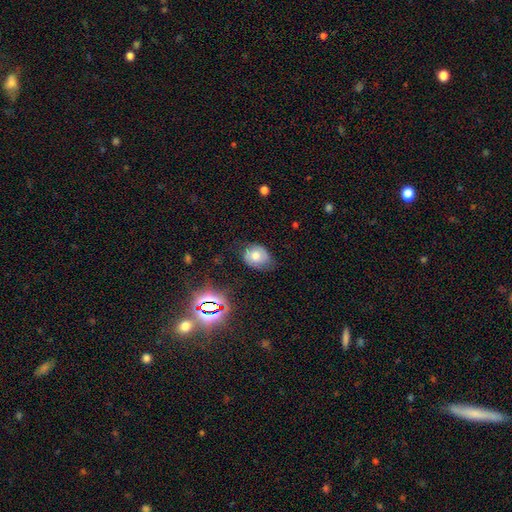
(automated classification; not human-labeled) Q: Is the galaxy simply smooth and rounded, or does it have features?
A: smooth — 54%.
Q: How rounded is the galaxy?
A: in between — 58%.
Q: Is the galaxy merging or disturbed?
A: none — 63%.